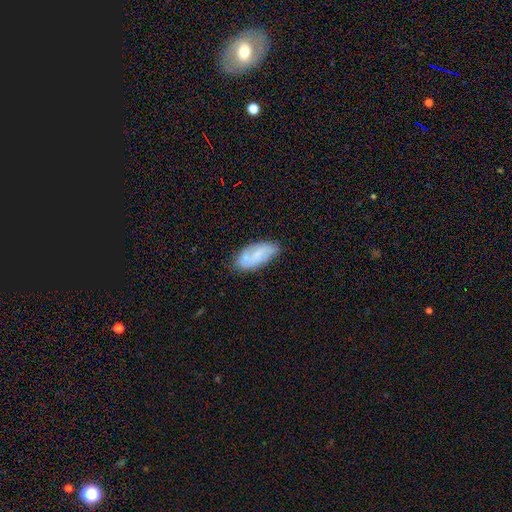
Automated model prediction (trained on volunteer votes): smooth 50%, featured or disk 43%, star or artifact 8%. Down the decision tree: merging — none (71%).